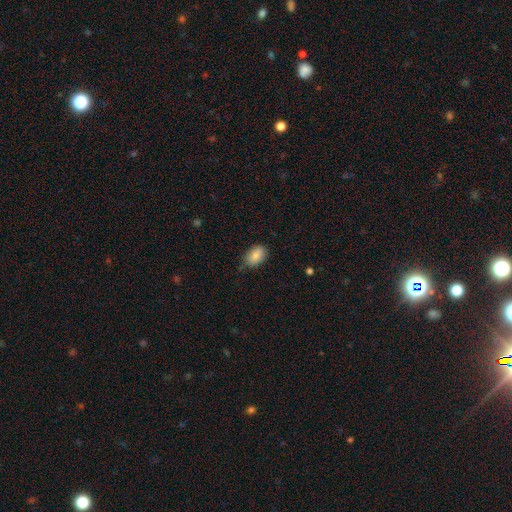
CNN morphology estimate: smooth-or-featured: smooth: 85% | star or artifact: 8% | featured or disk: 7%
  how-rounded: in between: 87% | round: 12% | cigar-shaped: 1%
  merging: none: 72% | minor disturbance: 23% | major disturbance: 3% | merger: 2%